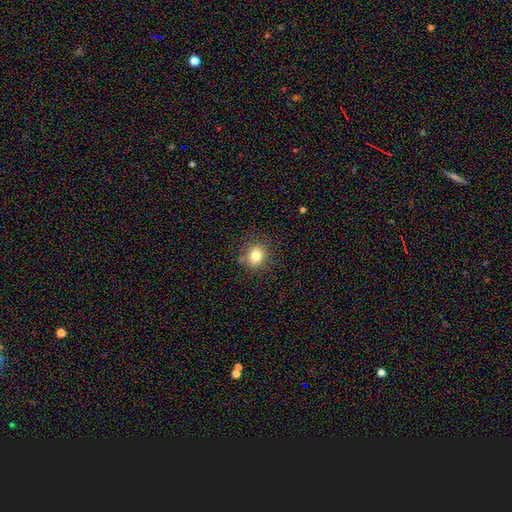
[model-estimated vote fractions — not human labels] A smooth galaxy with no disk features (80%) that is round (81%). Merging: none (81%).